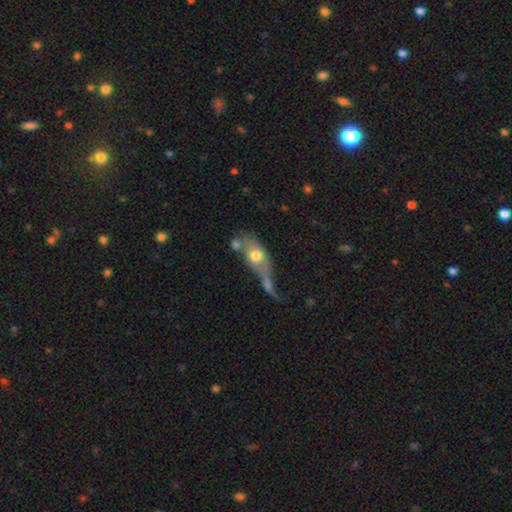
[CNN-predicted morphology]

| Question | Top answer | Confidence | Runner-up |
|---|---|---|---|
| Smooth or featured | smooth | 58% | featured or disk (34%) |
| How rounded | in between | 76% | round (13%) |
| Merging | merger | 41% | none (23%) |